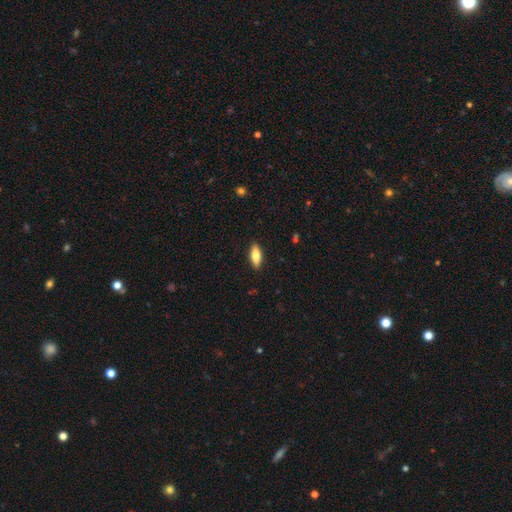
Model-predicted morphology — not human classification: smooth-or-featured: smooth: 78% | featured or disk: 16% | star or artifact: 6%
  how-rounded: in between: 75% | cigar-shaped: 23% | round: 2%
  merging: none: 89% | minor disturbance: 8% | major disturbance: 2% | merger: 1%